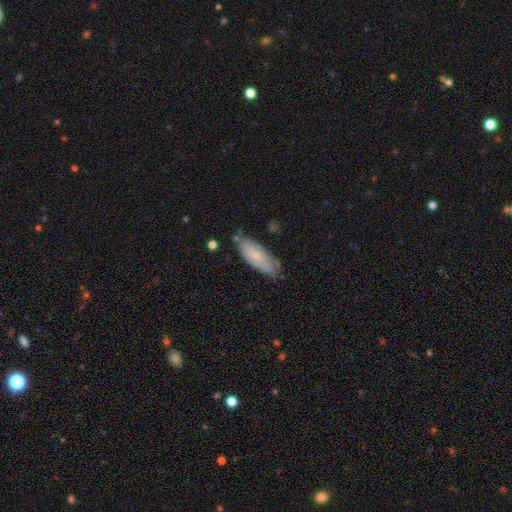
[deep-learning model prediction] smooth_or_featured: smooth (p=0.69) [alt: featured or disk p=0.25]
how_rounded: in between (p=0.71) [alt: cigar-shaped p=0.28]
merging: none (p=0.66) [alt: minor disturbance p=0.25]